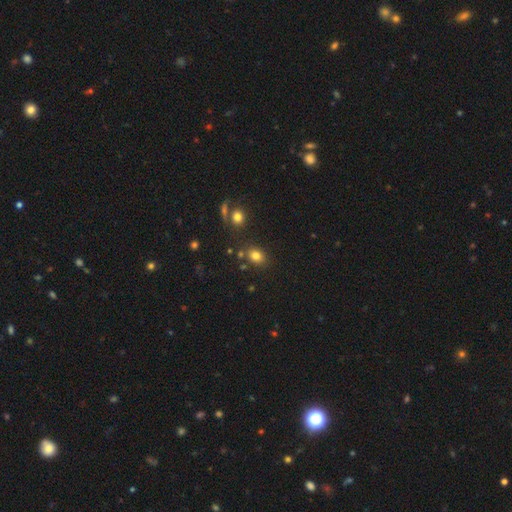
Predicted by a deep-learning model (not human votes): This appears to be a smooth galaxy with no disk features (79%) that is in between round and cigar-shaped (57%). Merging: none (76%).